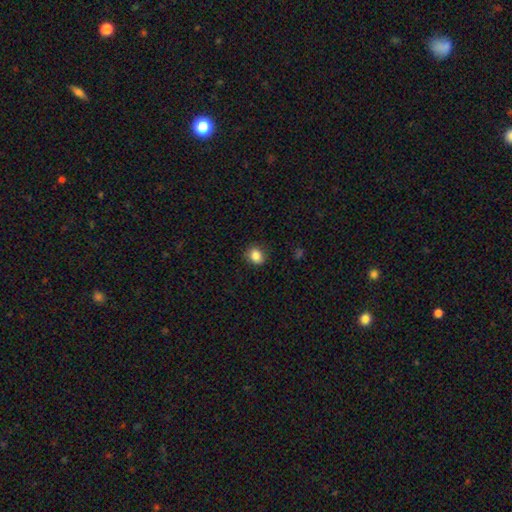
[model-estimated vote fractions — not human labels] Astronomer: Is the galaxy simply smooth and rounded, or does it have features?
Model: smooth — 86%.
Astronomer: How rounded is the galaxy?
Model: round — 54% (runner-up: in between, 45%).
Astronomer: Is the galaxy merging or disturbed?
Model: none — 86%.